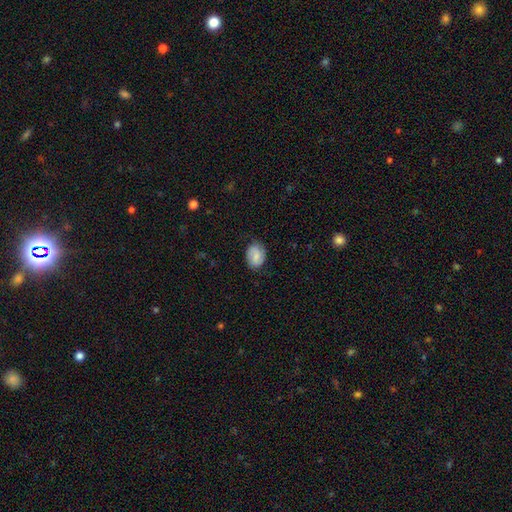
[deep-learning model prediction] Q: Smooth or featured?
A: smooth (66%); runner-up: featured or disk (26%)
Q: How rounded?
A: in between (74%); runner-up: round (25%)
Q: Merging?
A: none (80%); runner-up: minor disturbance (16%)